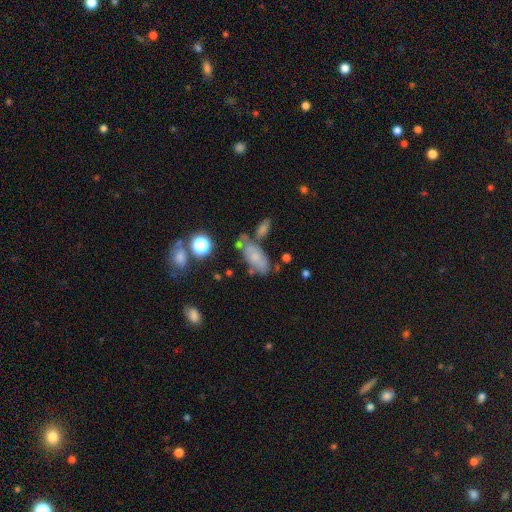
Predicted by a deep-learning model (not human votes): Q: Smooth or featured?
A: smooth (57%); runner-up: featured or disk (32%)
Q: How rounded?
A: in between (86%); runner-up: cigar-shaped (9%)
Q: Merging?
A: none (50%); runner-up: minor disturbance (23%)